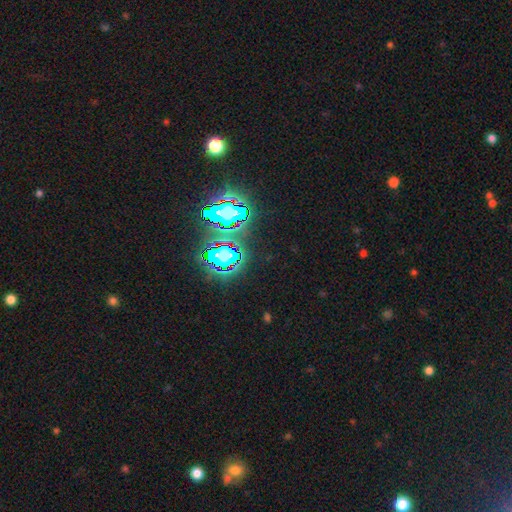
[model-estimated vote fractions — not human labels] Smooth or featured? Predicted: star or artifact (p=0.82).